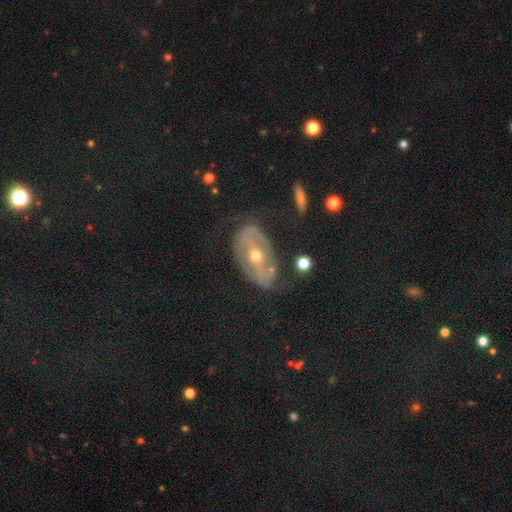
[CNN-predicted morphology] This appears to be a star or artifact, not a galaxy (38%).